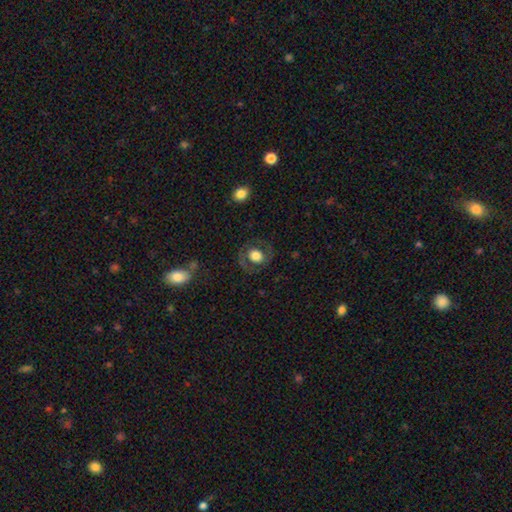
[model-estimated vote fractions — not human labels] The model was most divided on "smooth or featured": smooth: 54%, featured or disk: 38%, star or artifact: 8%. More confident: merging — none (76%); how rounded — round (65%).